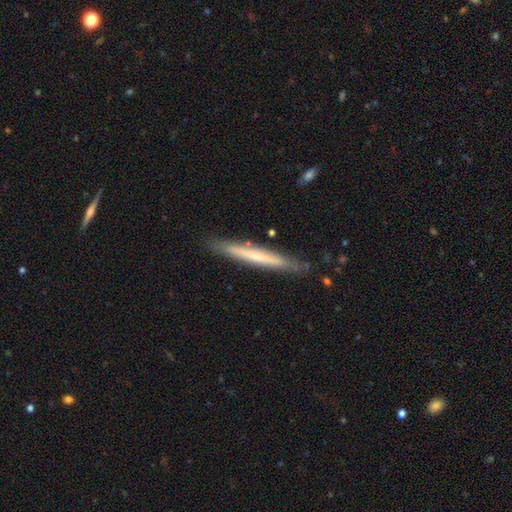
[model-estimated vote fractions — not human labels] Smooth or featured?
  - smooth: 50% *
  - featured or disk: 44%
  - star or artifact: 6%
How rounded?
  - cigar-shaped: 97% *
  - in between: 2%
  - round: 1%
Merging?
  - none: 87% *
  - minor disturbance: 10%
  - major disturbance: 2%
  - merger: 1%